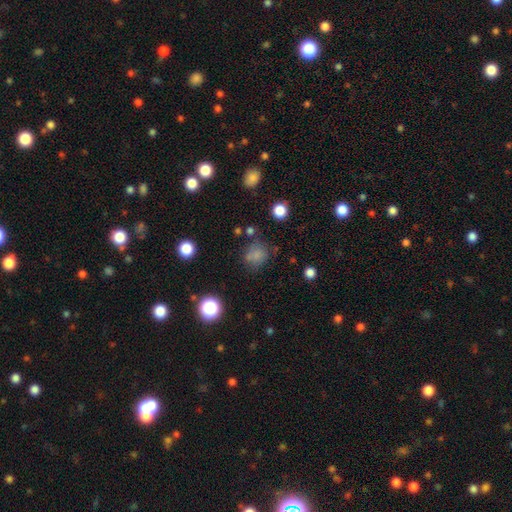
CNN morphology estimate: This is likely a smooth galaxy (74%). How rounded: likely round (76%). Merging: likely none (64%).